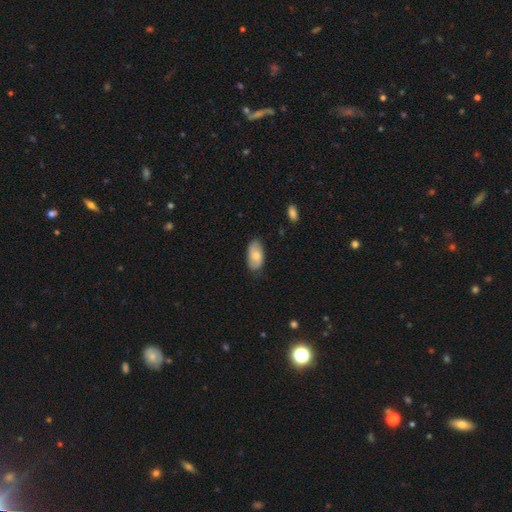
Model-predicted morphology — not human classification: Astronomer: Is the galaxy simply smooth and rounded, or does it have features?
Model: smooth — 72%.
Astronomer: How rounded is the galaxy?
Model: in between — 94%.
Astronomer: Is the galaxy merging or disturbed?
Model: none — 73%.